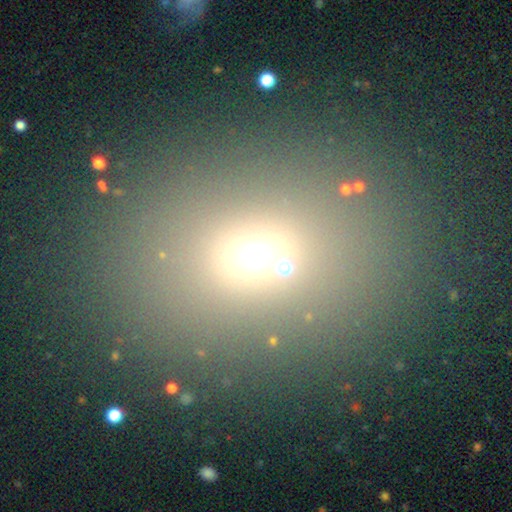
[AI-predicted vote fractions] Smooth or featured?
  - smooth: 62% *
  - star or artifact: 26%
  - featured or disk: 12%
How rounded?
  - in between: 59% *
  - round: 39%
  - cigar-shaped: 2%
Merging?
  - none: 77% *
  - minor disturbance: 11%
  - merger: 6%
  - major disturbance: 6%